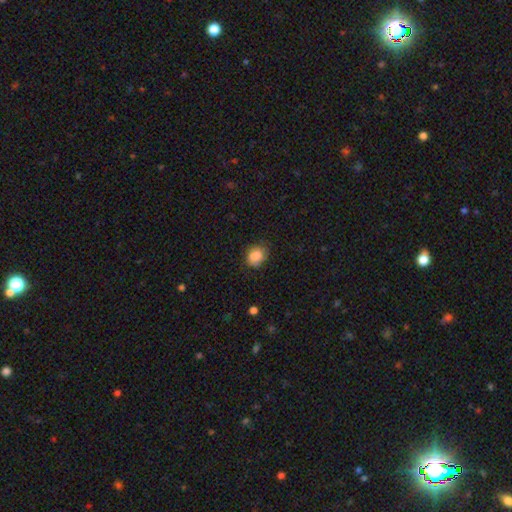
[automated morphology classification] Smooth or featured? smooth (83%)
How rounded? round (57%)
Merging? none (68%)